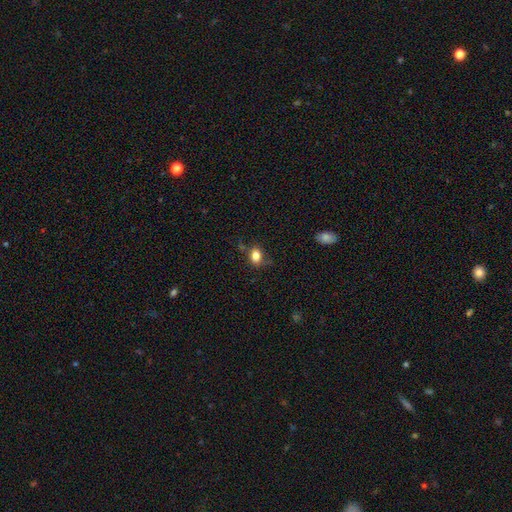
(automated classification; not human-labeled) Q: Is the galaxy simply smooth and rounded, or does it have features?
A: smooth — 82%.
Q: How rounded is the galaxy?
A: in between — 59%.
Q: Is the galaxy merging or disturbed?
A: none — 71%.